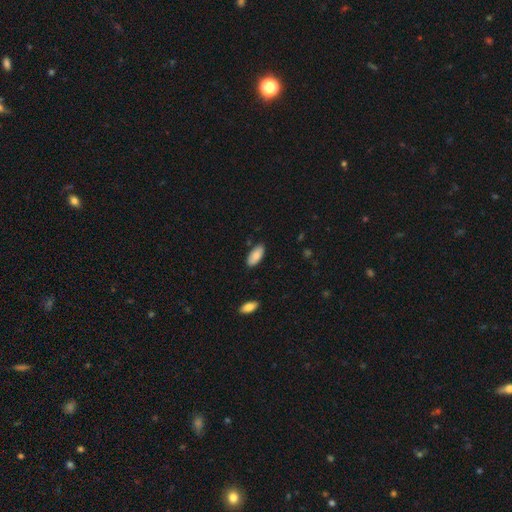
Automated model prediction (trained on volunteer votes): A smooth galaxy with no disk features (84%) that is in between round and cigar-shaped (91%). Merging: none (85%).